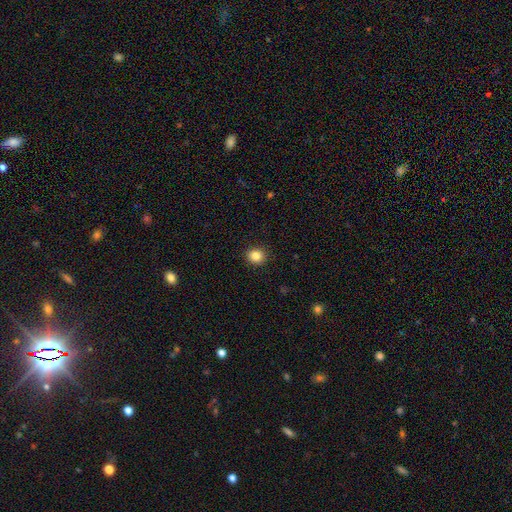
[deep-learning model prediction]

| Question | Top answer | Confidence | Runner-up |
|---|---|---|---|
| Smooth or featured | smooth | 85% | star or artifact (10%) |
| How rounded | round | 81% | in between (18%) |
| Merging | none | 92% | minor disturbance (6%) |